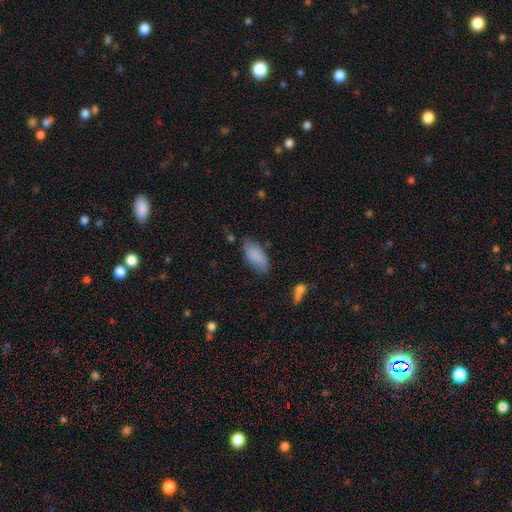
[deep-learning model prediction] smooth 85%, featured or disk 8%, star or artifact 7%. Down the decision tree: how rounded — in between (88%); merging — none (70%).